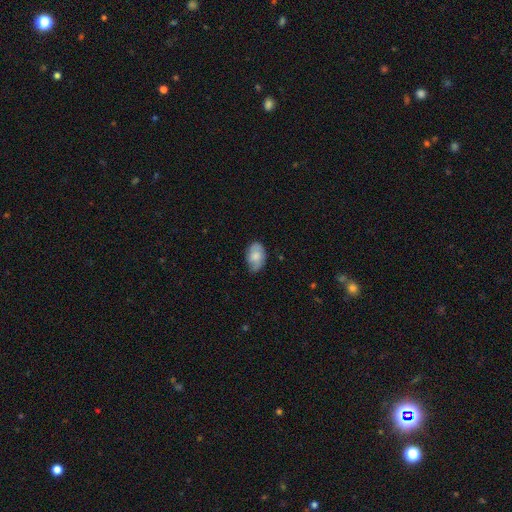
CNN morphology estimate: smooth_or_featured: smooth (p=0.69) [alt: featured or disk p=0.24]
how_rounded: in between (p=0.89) [alt: round p=0.10]
merging: none (p=0.64) [alt: minor disturbance p=0.29]